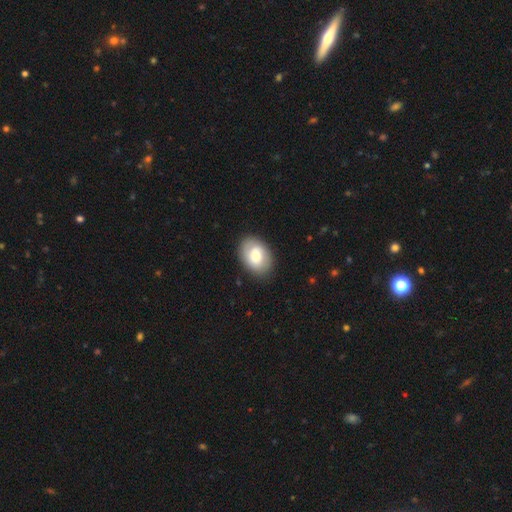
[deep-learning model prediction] The model was most divided on "smooth or featured": smooth: 69%, featured or disk: 24%, star or artifact: 7%. More confident: merging — none (85%); how rounded — in between (82%).